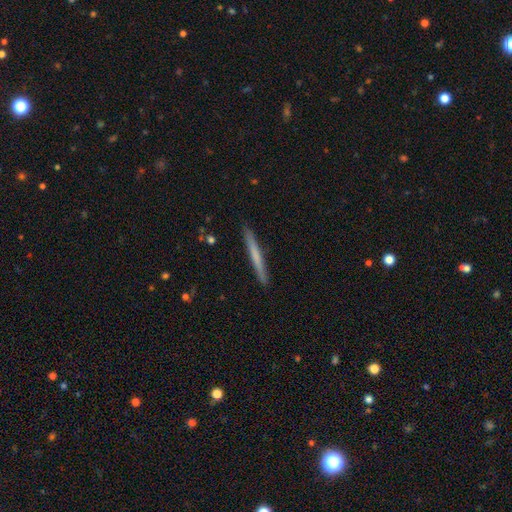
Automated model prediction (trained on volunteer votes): Smooth or featured? Predicted: smooth (p=0.60). How rounded? Predicted: cigar-shaped (p=0.97). Merging? Predicted: none (p=0.92).